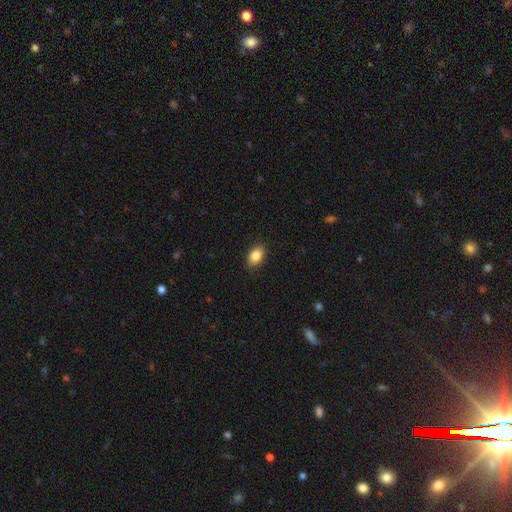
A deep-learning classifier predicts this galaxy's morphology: Overall: smooth (86%). How rounded: in between (86%). Merging: none (89%).